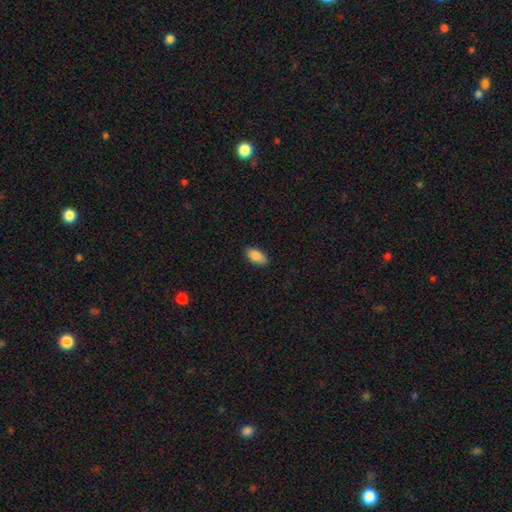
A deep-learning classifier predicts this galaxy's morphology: Q: Smooth or featured?
A: smooth (87%); runner-up: star or artifact (7%)
Q: How rounded?
A: in between (91%); runner-up: cigar-shaped (6%)
Q: Merging?
A: none (88%); runner-up: minor disturbance (9%)